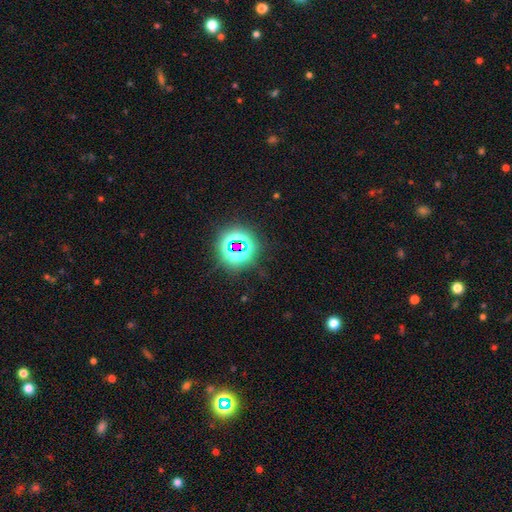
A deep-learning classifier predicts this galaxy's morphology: Q: Smooth or featured?
A: star or artifact (76%); runner-up: smooth (15%)